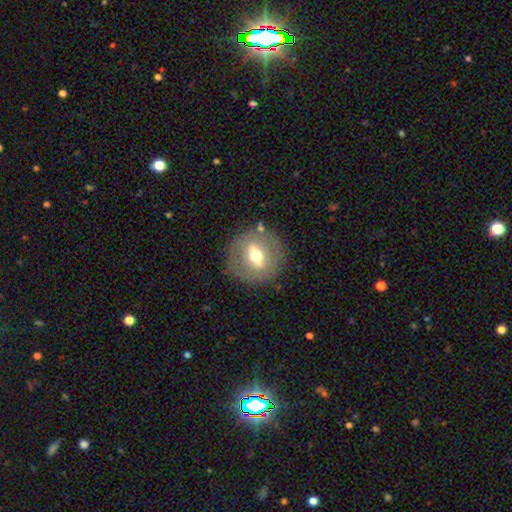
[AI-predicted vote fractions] featured or disk 55%, smooth 37%, star or artifact 8%. Down the decision tree: edge-on disk — no (71%); merging — none (83%).